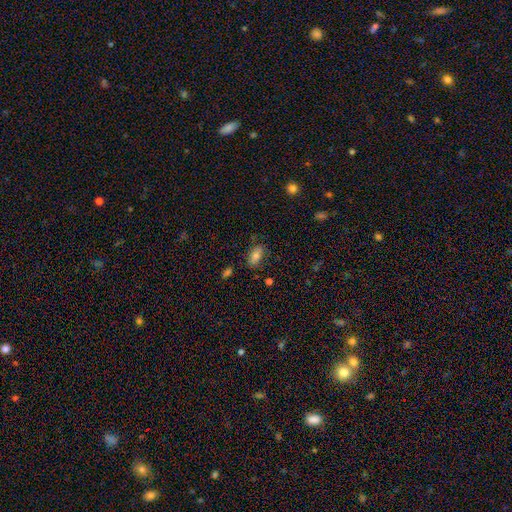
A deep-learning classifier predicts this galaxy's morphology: A smooth galaxy with no disk features (74%) that is in between round and cigar-shaped (88%). Merging: none (78%).